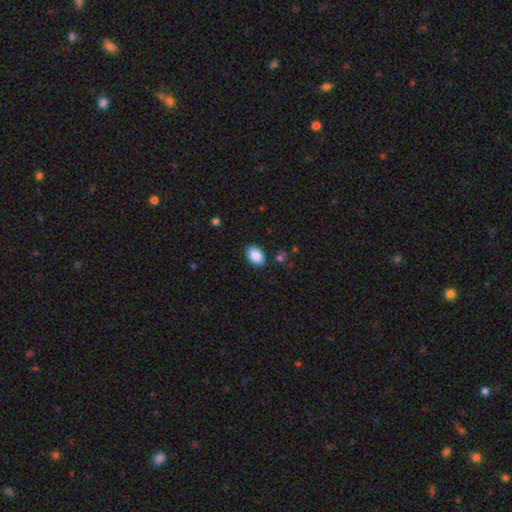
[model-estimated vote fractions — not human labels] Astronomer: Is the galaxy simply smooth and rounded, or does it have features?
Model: smooth — 89%.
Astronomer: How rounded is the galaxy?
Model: in between — 90%.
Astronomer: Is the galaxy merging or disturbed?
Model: none — 87%.